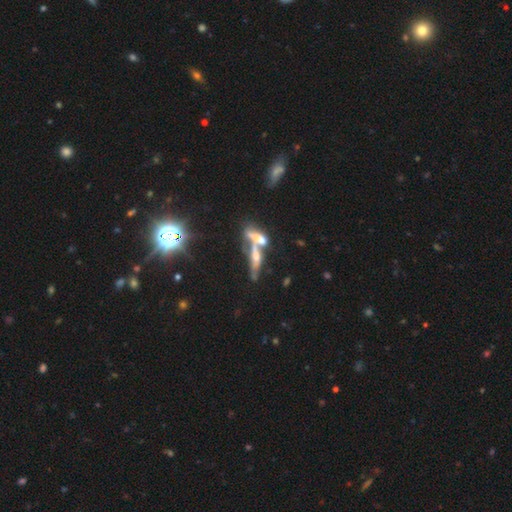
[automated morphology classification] Smooth or featured?
  - featured or disk: 57% *
  - smooth: 30%
  - star or artifact: 12%
Edge-on disk?
  - yes: 65% *
  - no: 35%
Merging?
  - merger: 61% *
  - none: 23%
  - minor disturbance: 8%
  - major disturbance: 8%